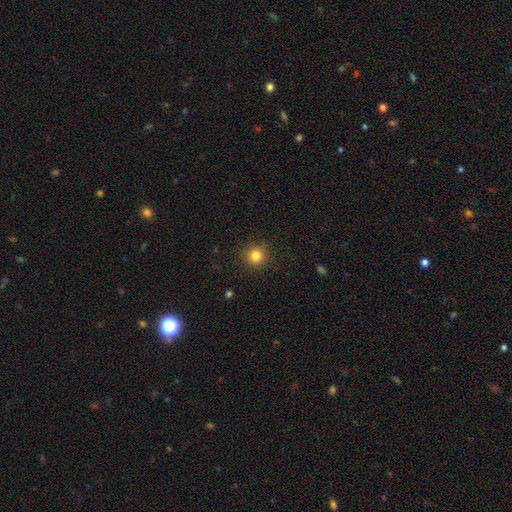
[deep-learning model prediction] Q: Smooth or featured?
A: smooth (83%); runner-up: star or artifact (12%)
Q: How rounded?
A: round (93%); runner-up: in between (6%)
Q: Merging?
A: none (89%); runner-up: minor disturbance (8%)